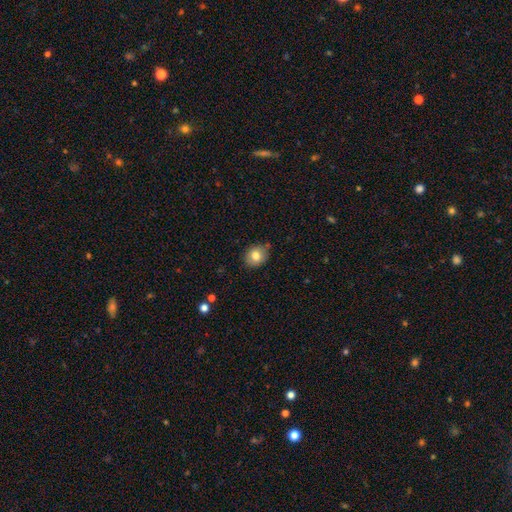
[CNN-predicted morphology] This appears to be a smooth galaxy with no disk features (81%) that is round (62%). Merging: none (82%).